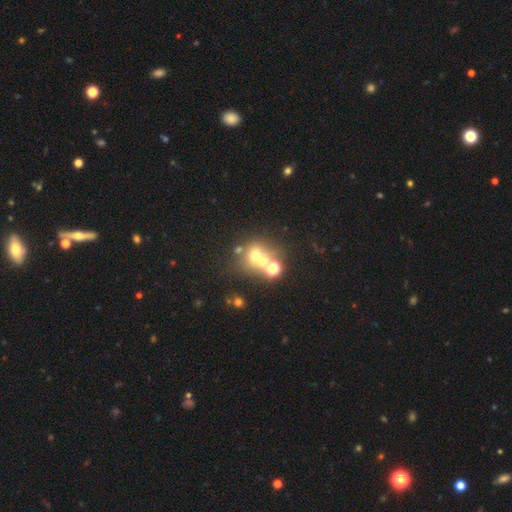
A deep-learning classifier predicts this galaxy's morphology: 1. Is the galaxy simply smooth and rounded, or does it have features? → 56% smooth, 23% star or artifact, 21% featured or disk.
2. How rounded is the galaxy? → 82% round, 17% in between, 1% cigar-shaped.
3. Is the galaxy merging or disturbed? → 47% none, 38% merger, 9% minor disturbance, 6% major disturbance.